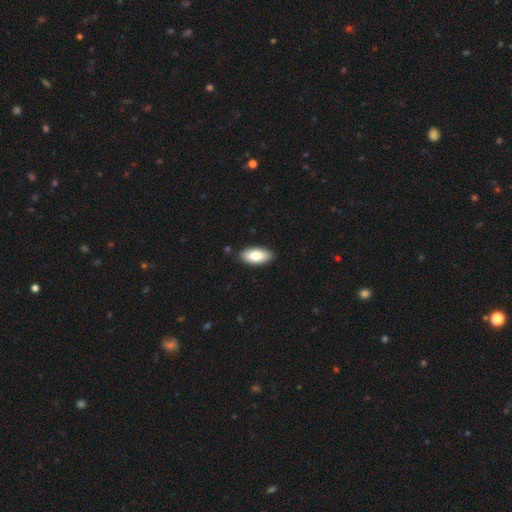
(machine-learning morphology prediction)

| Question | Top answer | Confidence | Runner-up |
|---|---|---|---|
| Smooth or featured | smooth | 83% | featured or disk (11%) |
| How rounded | in between | 89% | cigar-shaped (9%) |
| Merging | none | 88% | minor disturbance (8%) |